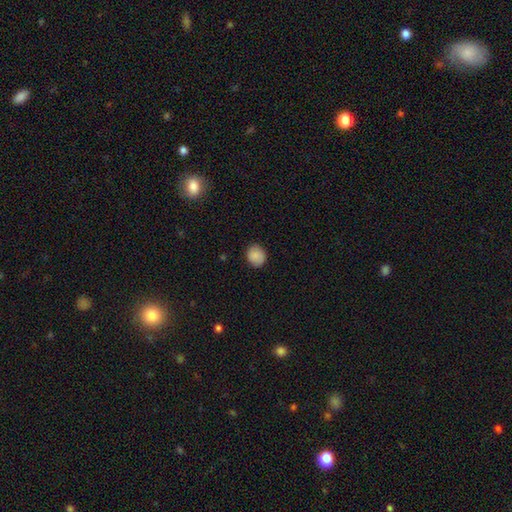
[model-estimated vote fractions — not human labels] This appears to be a smooth galaxy with no disk features (87%) that is round (74%). Merging: none (85%).